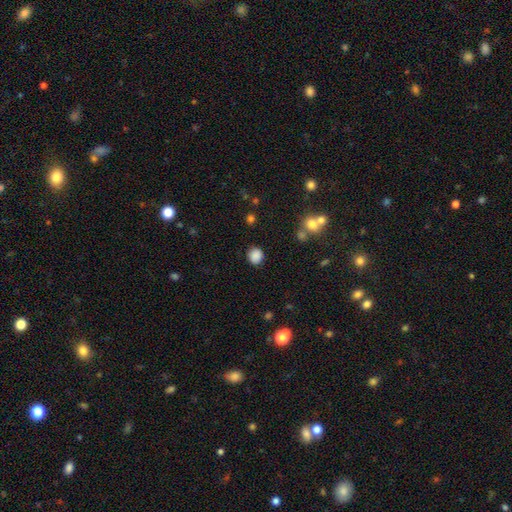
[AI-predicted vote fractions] A smooth galaxy with no disk features (86%) that is round (80%).

Vote fractions:
- Smooth or featured? smooth: 86% / star or artifact: 10% / featured or disk: 4%
- How rounded? round: 80% / in between: 19% / cigar-shaped: 1%
- Merging? none: 85% / minor disturbance: 10% / major disturbance: 3% / merger: 2%